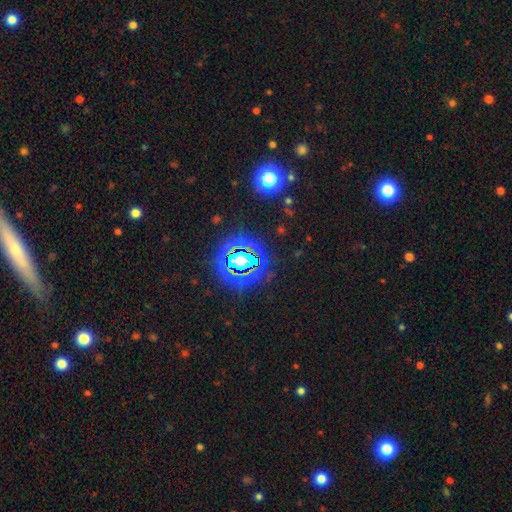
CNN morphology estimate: Smooth or featured? Predicted: star or artifact (p=0.78).